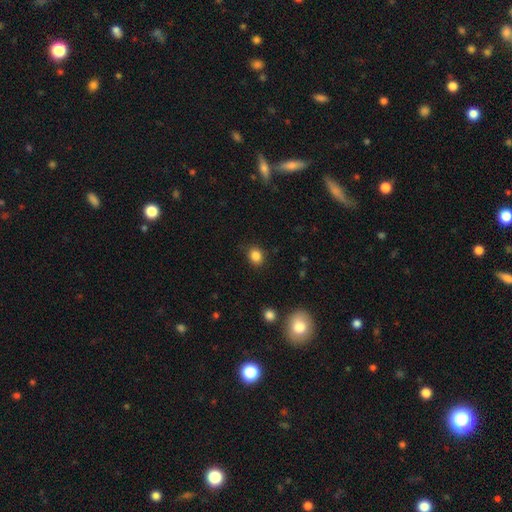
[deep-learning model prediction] Smooth or featured? Predicted: smooth (p=0.85). How rounded? Predicted: round (p=0.63). Merging? Predicted: none (p=0.84).